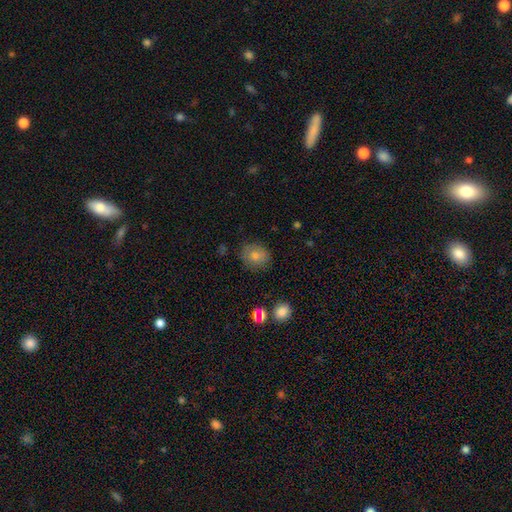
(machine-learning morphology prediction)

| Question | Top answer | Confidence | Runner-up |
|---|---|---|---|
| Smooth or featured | smooth | 76% | featured or disk (13%) |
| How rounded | round | 63% | in between (36%) |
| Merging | none | 77% | minor disturbance (16%) |